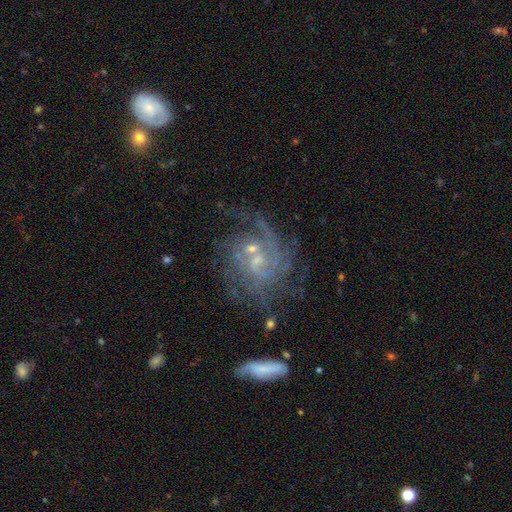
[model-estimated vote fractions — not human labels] Q: Smooth or featured?
A: featured or disk (83%); runner-up: star or artifact (9%)
Q: Edge-on disk?
A: no (97%); runner-up: yes (3%)
Q: Bar?
A: no (56%); runner-up: weak (37%)
Q: Spiral arms?
A: yes (93%); runner-up: no (7%)
Q: Spiral winding?
A: tight (47%); runner-up: medium (38%)
Q: Spiral arm count?
A: can't tell (34%); runner-up: 2 (19%)
Q: Bulge size?
A: small (63%); runner-up: moderate (24%)
Q: Merging?
A: none (51%); runner-up: major disturbance (19%)